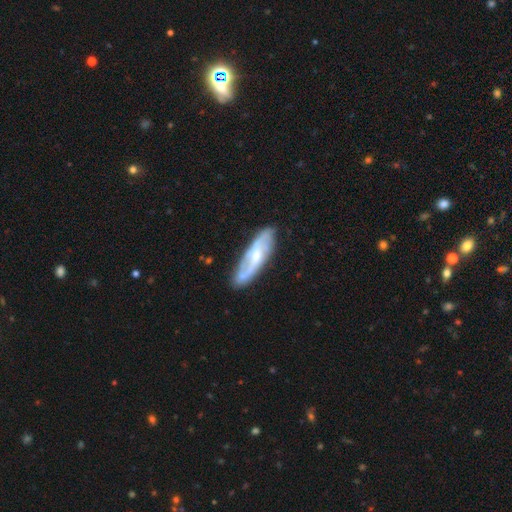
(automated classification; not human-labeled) featured or disk 71%, smooth 23%, star or artifact 6%. Down the decision tree: edge-on disk — no (77%); bar — no (43%); spiral arms — yes (85%); bulge size — small (55%); merging — none (78%).